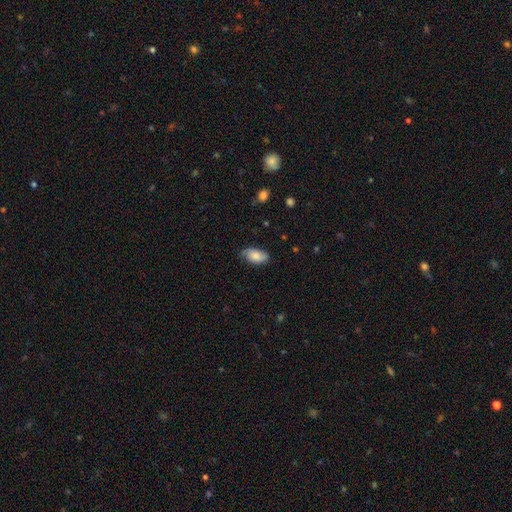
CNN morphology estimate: Overall: smooth (75%). How rounded: in between (93%). Merging: none (75%).